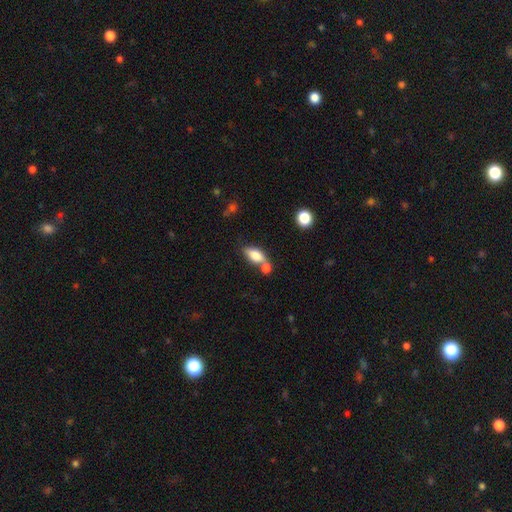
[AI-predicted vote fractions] smooth-or-featured: smooth: 76% | featured or disk: 16% | star or artifact: 8%
  how-rounded: in between: 82% | cigar-shaped: 12% | round: 6%
  merging: none: 47% | merger: 34% | minor disturbance: 14% | major disturbance: 5%